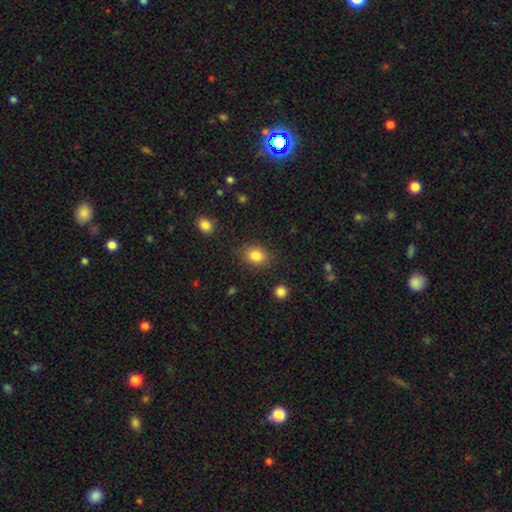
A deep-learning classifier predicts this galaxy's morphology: Smooth or featured?
  - smooth: 84% *
  - star or artifact: 10%
  - featured or disk: 6%
How rounded?
  - in between: 50% *
  - round: 49%
  - cigar-shaped: 1%
Merging?
  - none: 82% *
  - minor disturbance: 12%
  - major disturbance: 4%
  - merger: 2%